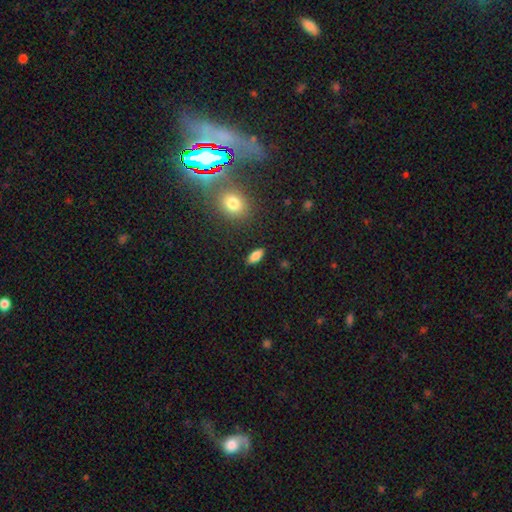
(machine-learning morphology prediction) Smooth or featured? smooth (84%)
How rounded? in between (83%)
Merging? none (88%)